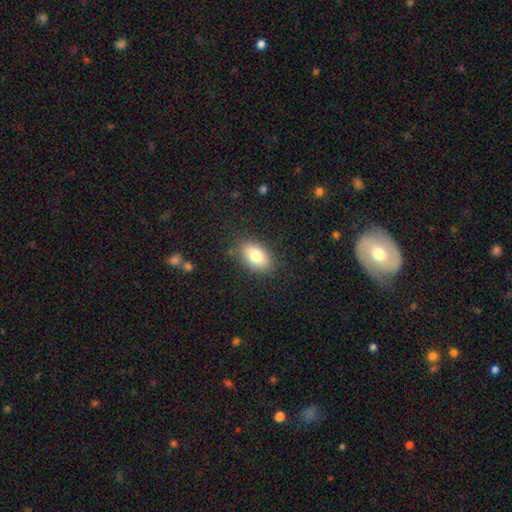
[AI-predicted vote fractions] smooth-or-featured: smooth: 80% | featured or disk: 12% | star or artifact: 8%
  how-rounded: in between: 89% | round: 9% | cigar-shaped: 2%
  merging: none: 84% | minor disturbance: 11% | major disturbance: 3% | merger: 1%